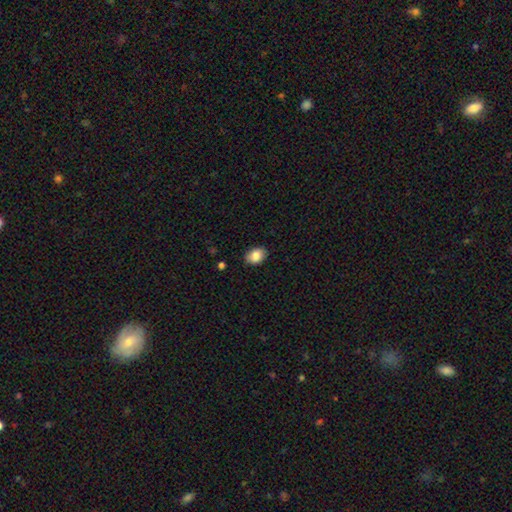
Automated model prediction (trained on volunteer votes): Smooth or featured? smooth (86%)
How rounded? in between (77%)
Merging? none (86%)